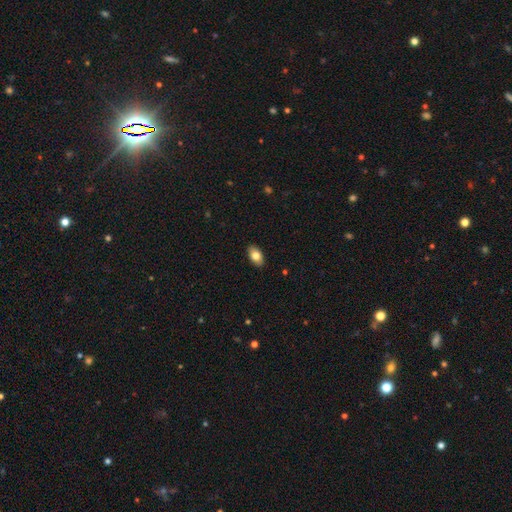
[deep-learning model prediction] smooth-or-featured: smooth: 82% | featured or disk: 11% | star or artifact: 7%
  how-rounded: in between: 93% | round: 5% | cigar-shaped: 2%
  merging: none: 90% | minor disturbance: 8% | major disturbance: 2% | merger: 1%